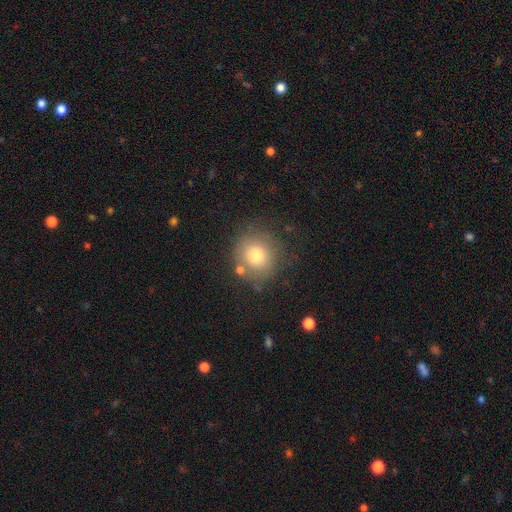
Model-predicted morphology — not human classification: smooth 75%, featured or disk 13%, star or artifact 12%. Down the decision tree: how rounded — round (90%); merging — none (74%).